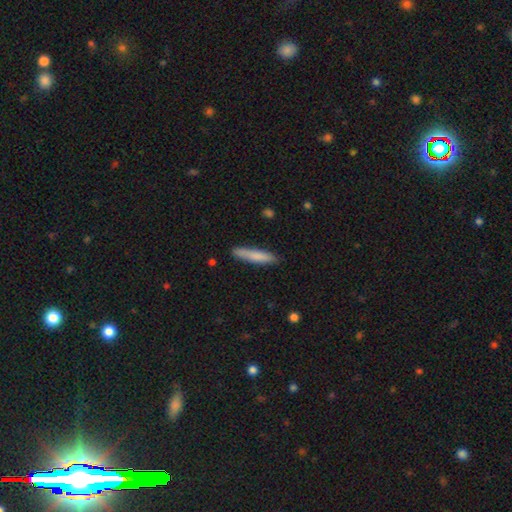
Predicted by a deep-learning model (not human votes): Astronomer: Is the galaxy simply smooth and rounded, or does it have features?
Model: smooth — 79%.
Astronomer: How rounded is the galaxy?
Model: cigar-shaped — 90%.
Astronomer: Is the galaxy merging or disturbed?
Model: none — 85%.